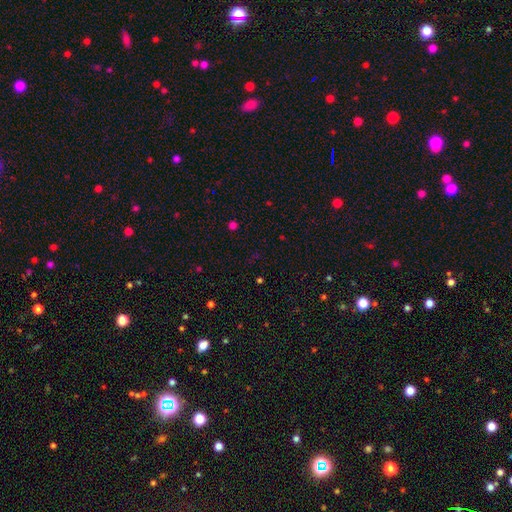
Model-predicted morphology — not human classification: This is likely a star or artifact rather than a galaxy (61%).